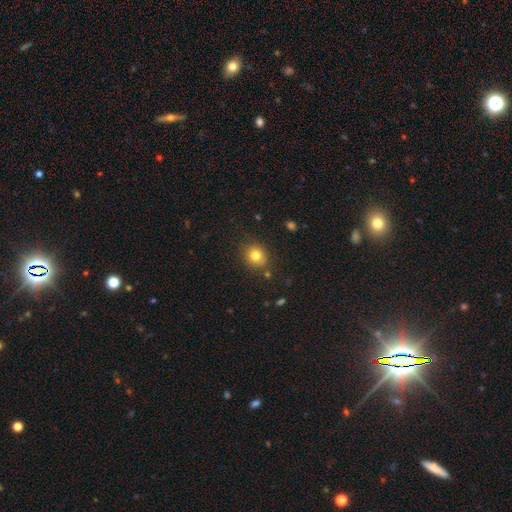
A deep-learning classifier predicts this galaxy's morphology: A smooth galaxy with no disk features (80%) that is round (77%). Merging: none (82%).